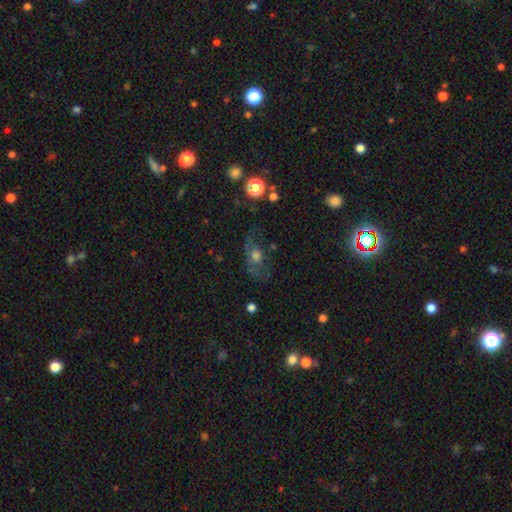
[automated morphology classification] type=featured or disk (41%); merging=none (56%).